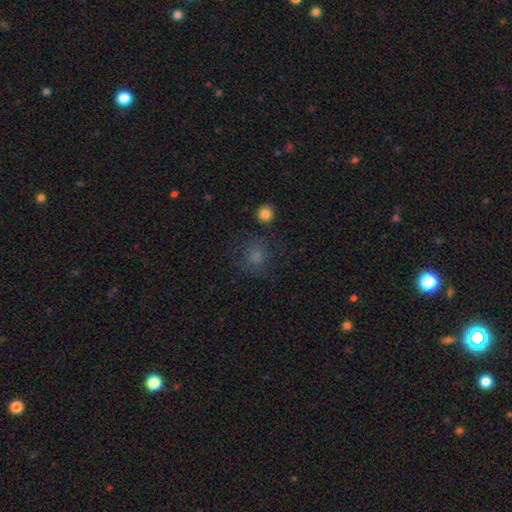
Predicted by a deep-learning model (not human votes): The model was most divided on "smooth or featured": smooth: 68%, star or artifact: 19%, featured or disk: 12%. More confident: how rounded — round (85%); merging — none (69%).